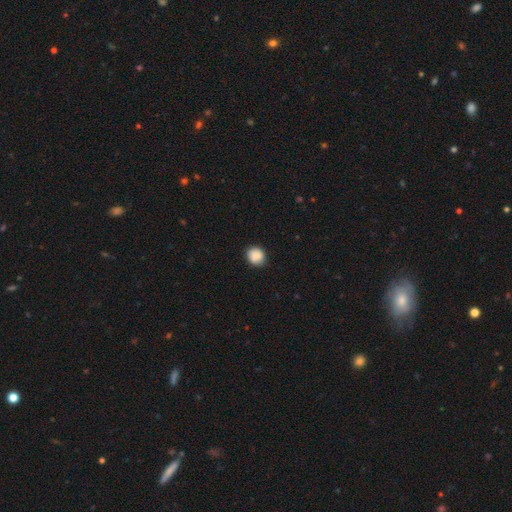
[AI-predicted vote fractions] Q: Smooth or featured?
A: smooth (88%); runner-up: star or artifact (8%)
Q: How rounded?
A: round (83%); runner-up: in between (16%)
Q: Merging?
A: none (87%); runner-up: minor disturbance (10%)